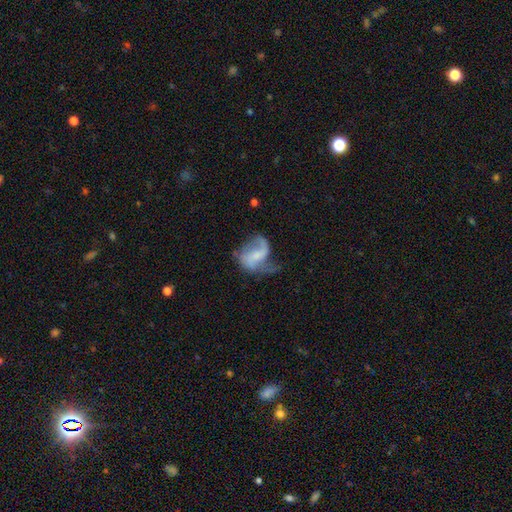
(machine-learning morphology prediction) Smooth or featured?
  - featured or disk: 69% *
  - smooth: 23%
  - star or artifact: 8%
Edge-on disk?
  - no: 97% *
  - yes: 3%
Bar?
  - no: 48% *
  - weak: 39%
  - strong: 13%
Spiral arms?
  - yes: 84% *
  - no: 16%
Spiral winding?
  - loose: 59% *
  - medium: 33%
  - tight: 9%
Spiral arm count?
  - 2: 69% *
  - 1: 18%
  - can't tell: 8%
  - 3: 3%
  - 4: 1%
  - more than 4: 1%
Bulge size?
  - small: 41% *
  - none: 31%
  - moderate: 22%
  - large: 4%
  - dominant: 2%
Merging?
  - major disturbance: 37% *
  - none: 34%
  - minor disturbance: 25%
  - merger: 4%